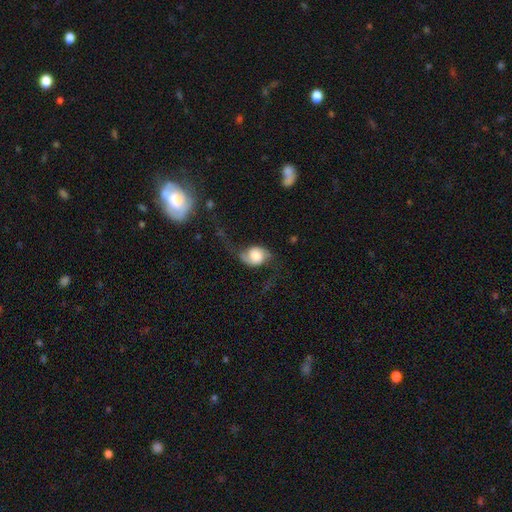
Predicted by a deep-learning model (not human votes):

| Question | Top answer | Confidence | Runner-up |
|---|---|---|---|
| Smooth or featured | featured or disk | 63% | smooth (29%) |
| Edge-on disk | no | 96% | yes (4%) |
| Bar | no | 65% | weak (27%) |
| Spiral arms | yes | 90% | no (10%) |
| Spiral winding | loose | 79% | medium (16%) |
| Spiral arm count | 2 | 88% | 1 (6%) |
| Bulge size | large | 38% | moderate (26%) |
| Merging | none | 45% | major disturbance (32%) |